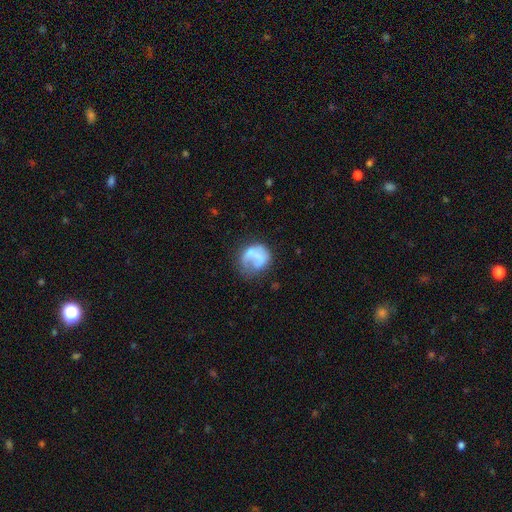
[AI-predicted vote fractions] Smooth or featured? smooth (55%)
How rounded? round (72%)
Merging? none (39%)